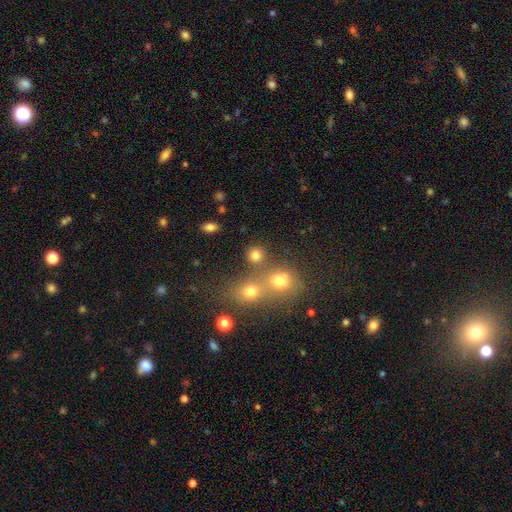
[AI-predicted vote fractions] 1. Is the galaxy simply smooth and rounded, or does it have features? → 76% smooth, 16% star or artifact, 7% featured or disk.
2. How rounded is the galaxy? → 85% round, 14% in between, 1% cigar-shaped.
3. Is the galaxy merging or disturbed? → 65% none, 24% merger, 7% minor disturbance, 4% major disturbance.